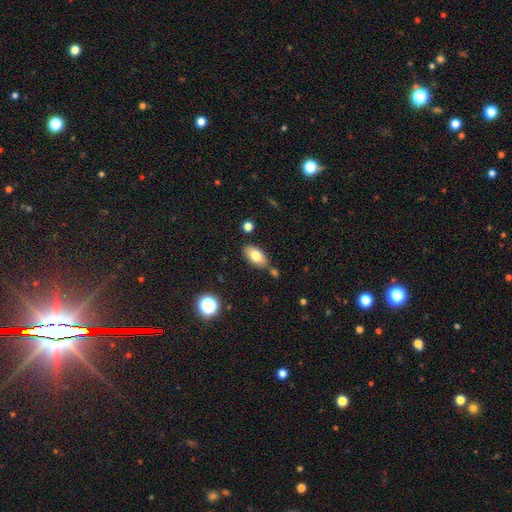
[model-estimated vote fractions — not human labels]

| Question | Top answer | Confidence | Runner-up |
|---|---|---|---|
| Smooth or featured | smooth | 77% | featured or disk (15%) |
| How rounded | in between | 92% | round (4%) |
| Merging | none | 77% | minor disturbance (13%) |